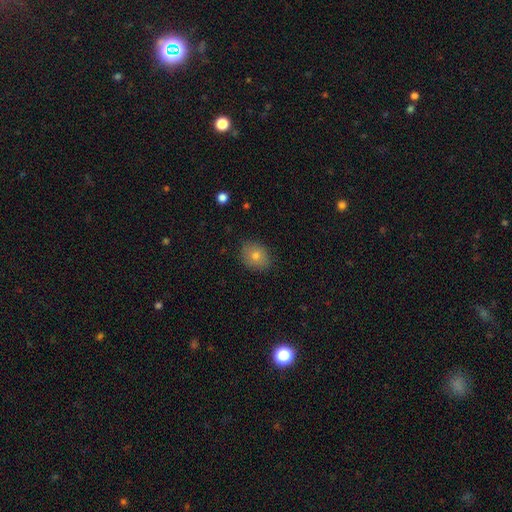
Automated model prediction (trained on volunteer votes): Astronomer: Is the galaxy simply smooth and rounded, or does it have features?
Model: smooth — 73%.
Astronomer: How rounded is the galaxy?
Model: in between — 51% (runner-up: round, 48%).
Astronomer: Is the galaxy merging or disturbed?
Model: none — 86%.